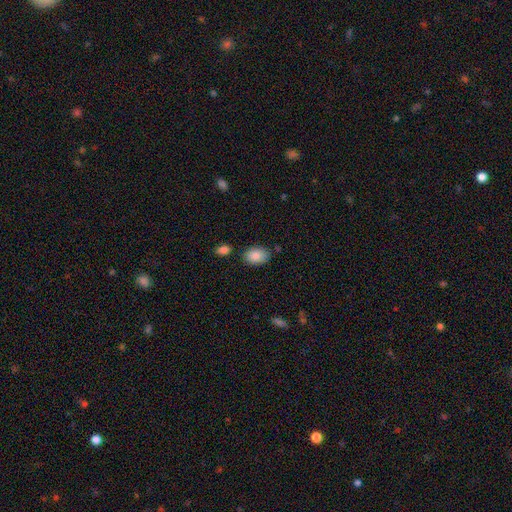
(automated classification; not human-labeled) This is clearly a smooth galaxy (87%). How rounded: clearly in between (87%). Merging: likely none (77%).